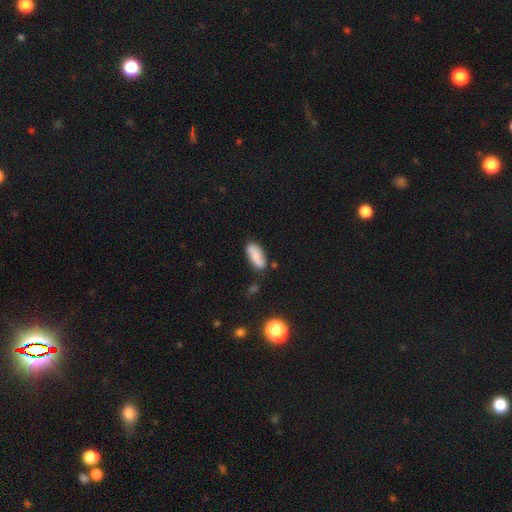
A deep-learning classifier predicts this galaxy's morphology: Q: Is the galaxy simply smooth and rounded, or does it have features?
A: smooth — 76%.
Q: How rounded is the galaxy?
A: in between — 81%.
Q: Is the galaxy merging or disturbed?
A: none — 74%.